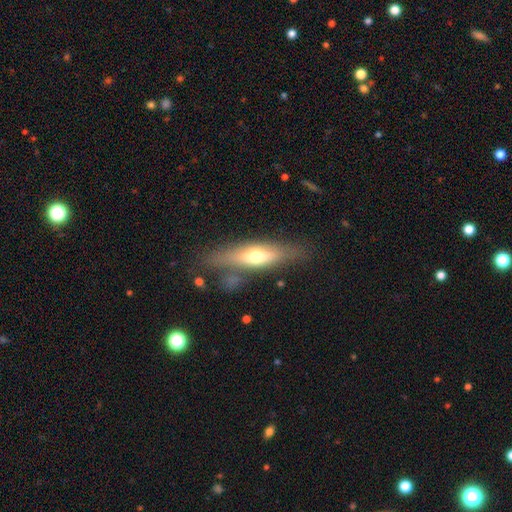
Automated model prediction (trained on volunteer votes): This appears to be a featured or disk galaxy (48%). Merging: none (75%).